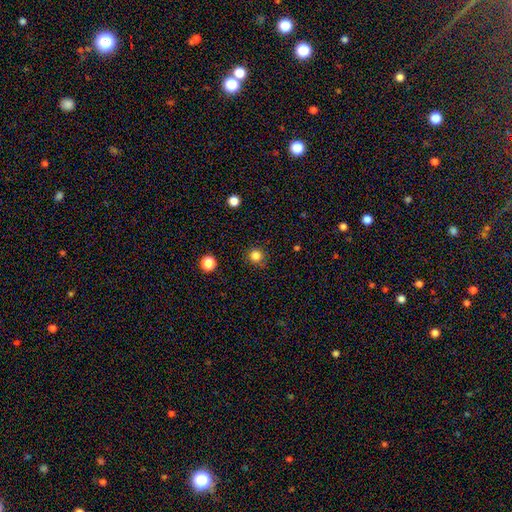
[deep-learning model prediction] Smooth or featured? smooth (83%)
How rounded? round (94%)
Merging? none (88%)